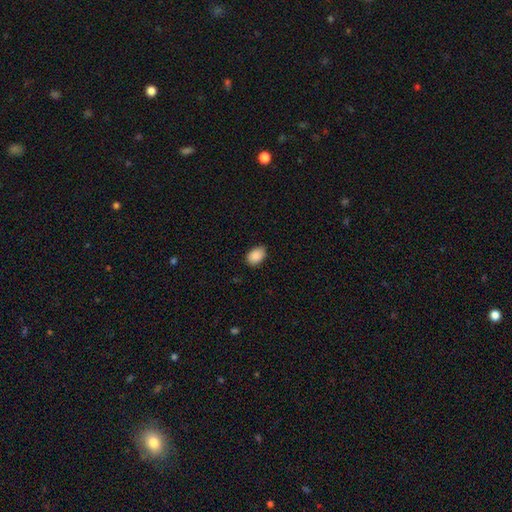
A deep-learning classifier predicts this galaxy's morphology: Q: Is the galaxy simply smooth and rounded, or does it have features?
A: smooth — 90%.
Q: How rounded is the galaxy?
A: in between — 85%.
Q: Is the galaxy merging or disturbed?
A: none — 83%.